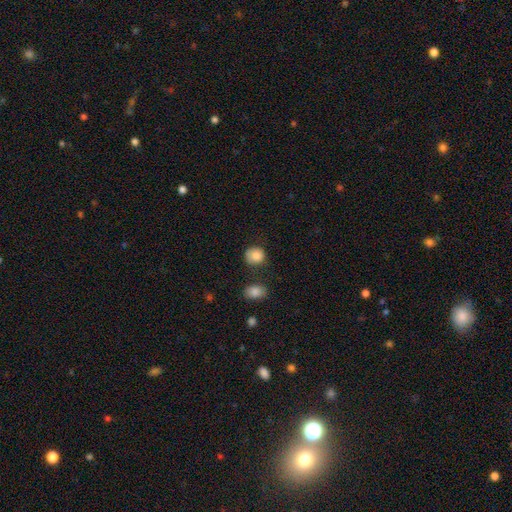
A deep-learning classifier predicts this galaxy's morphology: This appears to be a smooth galaxy with no disk features (85%) that is round (77%). Merging: none (67%).